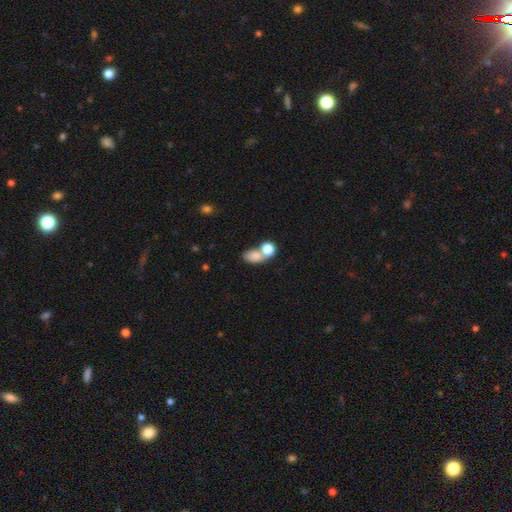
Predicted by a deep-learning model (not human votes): Q: Smooth or featured?
A: smooth (79%); runner-up: star or artifact (11%)
Q: How rounded?
A: in between (76%); runner-up: round (21%)
Q: Merging?
A: merger (45%); runner-up: none (38%)